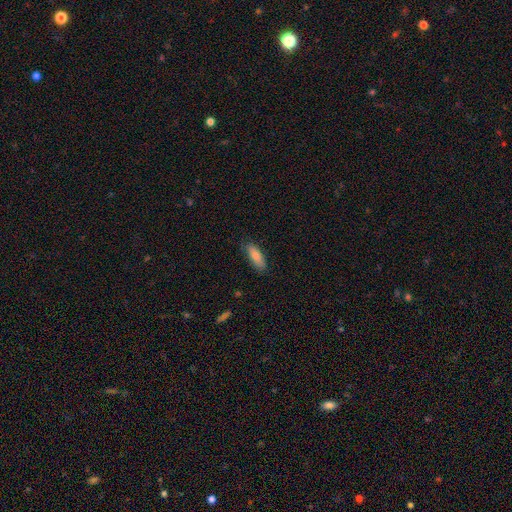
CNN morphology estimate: smooth_or_featured: smooth (p=0.82) [alt: featured or disk p=0.12]
how_rounded: in between (p=0.61) [alt: cigar-shaped p=0.38]
merging: none (p=0.82) [alt: minor disturbance p=0.14]